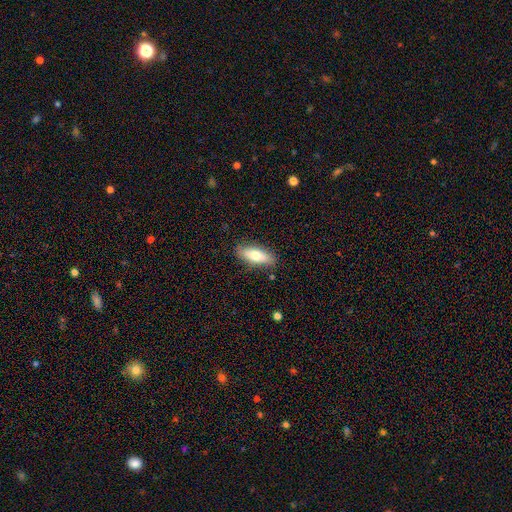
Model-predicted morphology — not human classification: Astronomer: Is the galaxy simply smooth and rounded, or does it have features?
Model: smooth — 68%.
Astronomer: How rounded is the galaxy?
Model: in between — 64%.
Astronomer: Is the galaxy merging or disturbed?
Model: none — 85%.